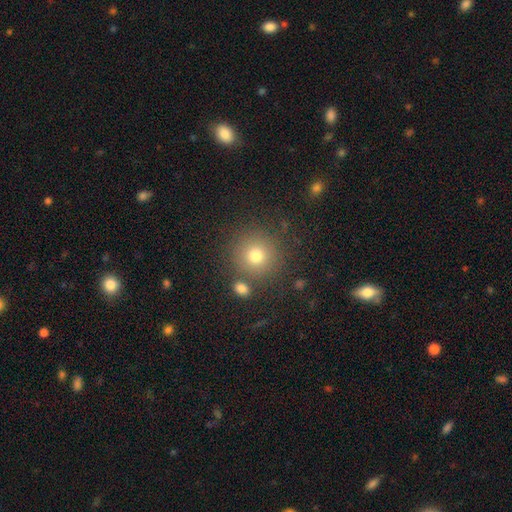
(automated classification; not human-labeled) This is likely a smooth galaxy (75%). How rounded: clearly round (93%). Merging: clearly none (80%).